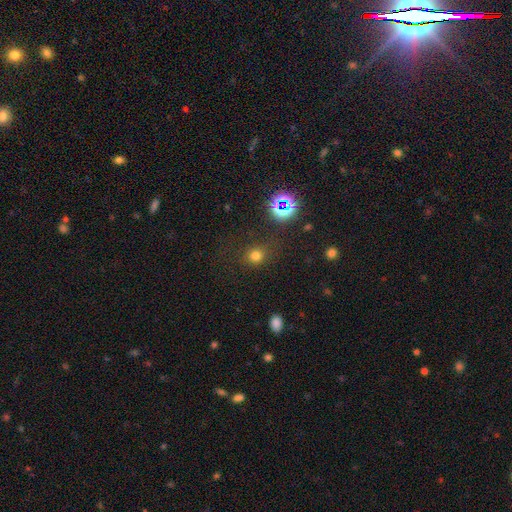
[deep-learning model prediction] Smooth or featured? Predicted: smooth (p=0.71). How rounded? Predicted: round (p=0.86). Merging? Predicted: none (p=0.81).